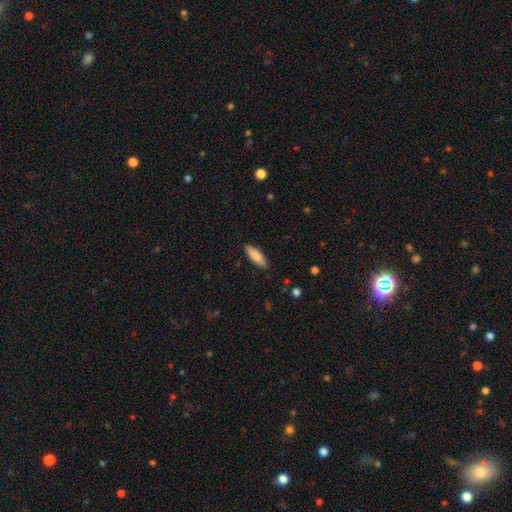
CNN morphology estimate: Q: Smooth or featured?
A: smooth (84%); runner-up: featured or disk (10%)
Q: How rounded?
A: in between (56%); runner-up: cigar-shaped (43%)
Q: Merging?
A: none (88%); runner-up: minor disturbance (9%)